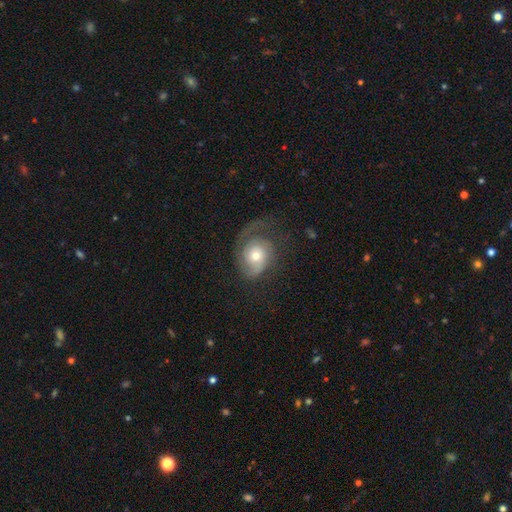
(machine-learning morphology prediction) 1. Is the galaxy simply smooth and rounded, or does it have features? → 58% featured or disk, 35% smooth, 7% star or artifact.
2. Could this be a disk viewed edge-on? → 96% no, 4% yes.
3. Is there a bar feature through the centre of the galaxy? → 79% no, 17% weak, 3% strong.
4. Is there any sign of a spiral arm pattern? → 83% yes, 17% no.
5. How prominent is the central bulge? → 60% moderate, 31% small, 6% large, 1% dominant, 1% none.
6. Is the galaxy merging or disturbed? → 42% none, 34% major disturbance, 22% minor disturbance, 2% merger.